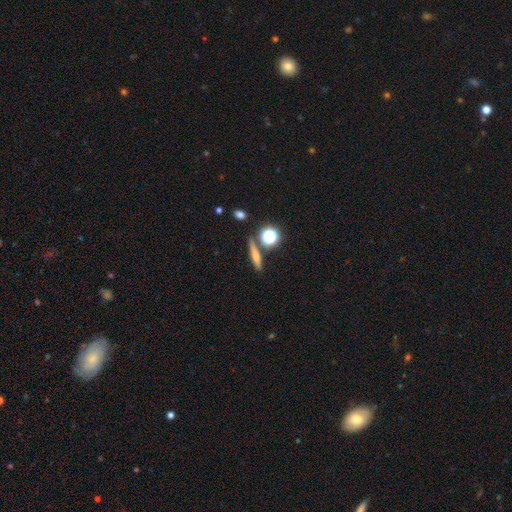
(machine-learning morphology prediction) Smooth or featured? smooth (48%)
Merging? none (78%)